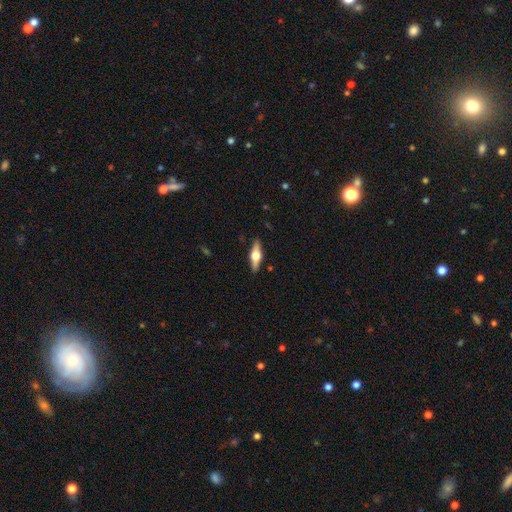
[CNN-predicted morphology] Overall: featured or disk (67%). Edge-on disk: yes (96%). Edge-on bulge: rounded (95%). Merging: none (89%).